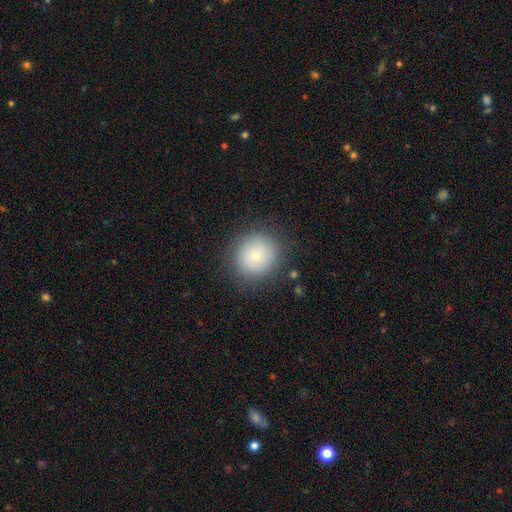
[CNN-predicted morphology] smooth_or_featured: smooth (p=0.79) [alt: featured or disk p=0.12]
how_rounded: round (p=0.93) [alt: in between p=0.06]
merging: none (p=0.86) [alt: minor disturbance p=0.10]